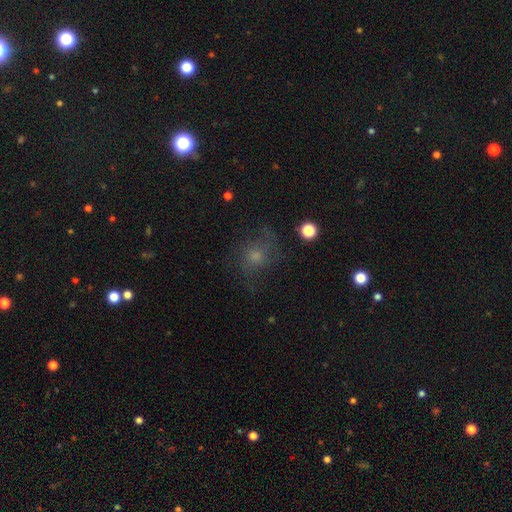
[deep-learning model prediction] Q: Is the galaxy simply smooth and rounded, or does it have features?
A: smooth — 38%.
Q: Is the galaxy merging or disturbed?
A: none — 67%.